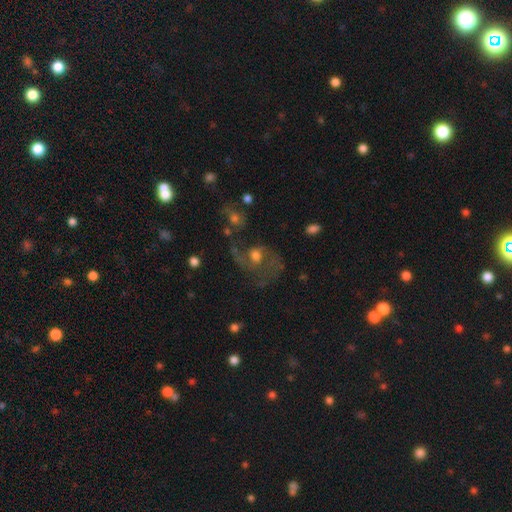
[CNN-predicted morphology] smooth_or_featured: featured or disk (p=0.63) [alt: smooth p=0.25]
disk_edge_on: no (p=0.97) [alt: yes p=0.03]
bar: no (p=0.69) [alt: weak p=0.26]
has_spiral_arms: yes (p=0.74) [alt: no p=0.26]
bulge_size: moderate (p=0.58) [alt: small p=0.20]
merging: none (p=0.39) [alt: major disturbance p=0.32]